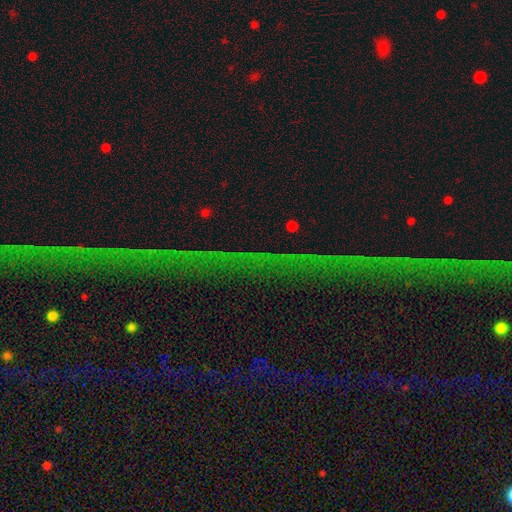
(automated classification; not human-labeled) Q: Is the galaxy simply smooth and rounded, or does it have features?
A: star or artifact — 85%.